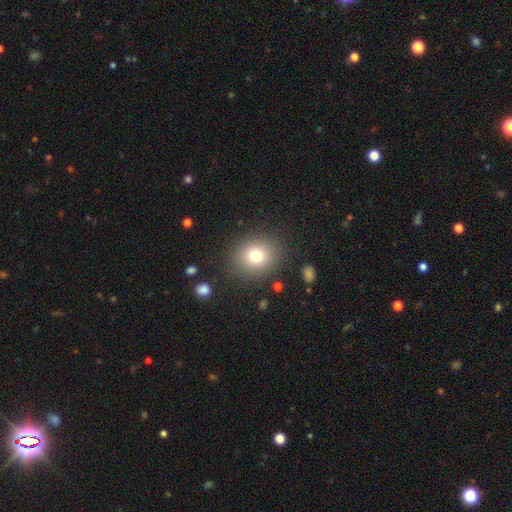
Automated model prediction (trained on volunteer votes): A smooth galaxy with no disk features (76%) that is round (77%).

Vote fractions:
- Smooth or featured? smooth: 76% / star or artifact: 13% / featured or disk: 11%
- How rounded? round: 77% / in between: 22% / cigar-shaped: 1%
- Merging? none: 86% / minor disturbance: 8% / major disturbance: 4% / merger: 2%